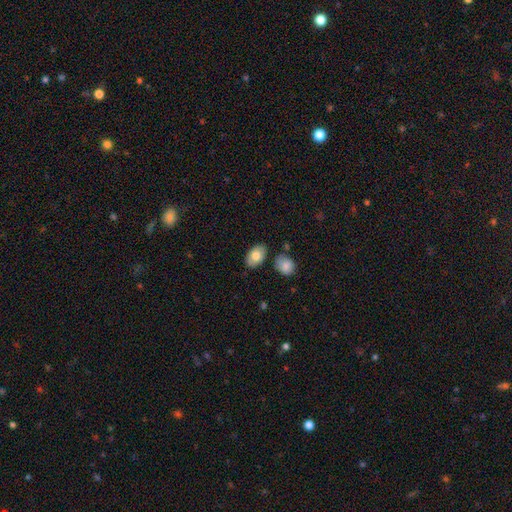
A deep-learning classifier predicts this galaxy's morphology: This appears to be a smooth galaxy with no disk features (77%) that is in between round and cigar-shaped (90%). Merging: none (78%).